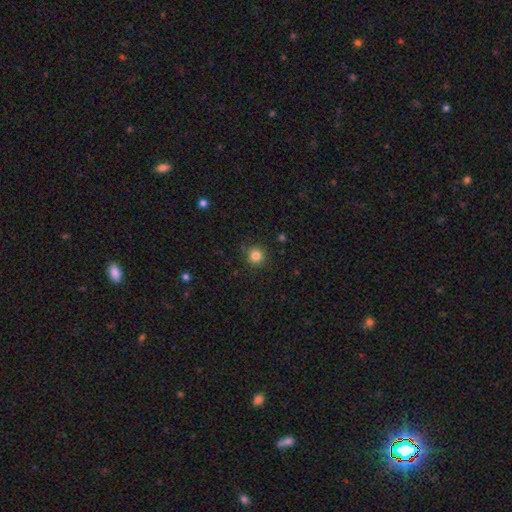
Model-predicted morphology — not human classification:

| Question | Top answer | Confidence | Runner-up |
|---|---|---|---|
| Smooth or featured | smooth | 83% | star or artifact (12%) |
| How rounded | round | 95% | in between (4%) |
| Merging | none | 90% | minor disturbance (7%) |